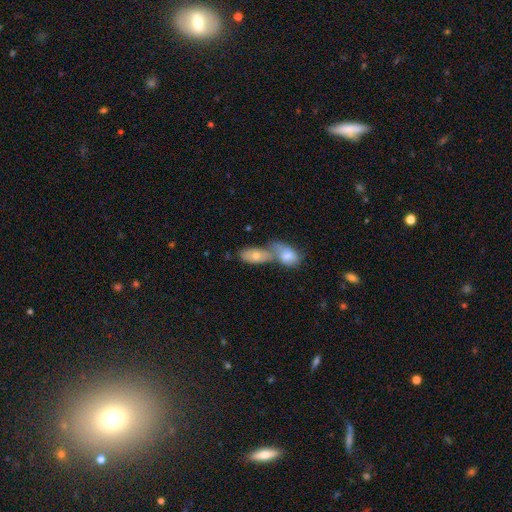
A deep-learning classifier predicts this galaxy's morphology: The model was most divided on "merging": merger: 65%, none: 23%, minor disturbance: 8%, major disturbance: 4%. More confident: how rounded — in between (88%); smooth or featured — smooth (70%).